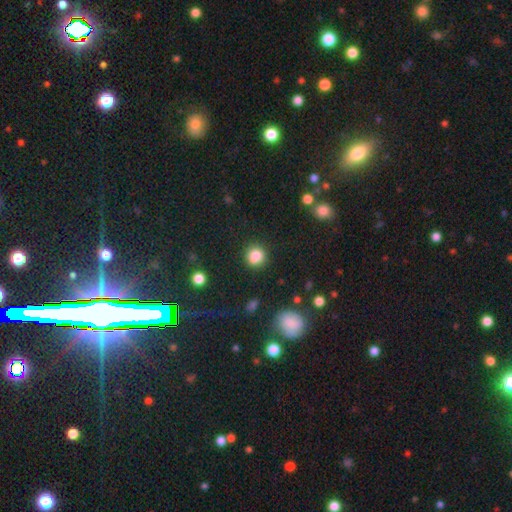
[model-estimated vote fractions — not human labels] A smooth galaxy with no disk features (84%) that is round (84%). Merging: none (82%).